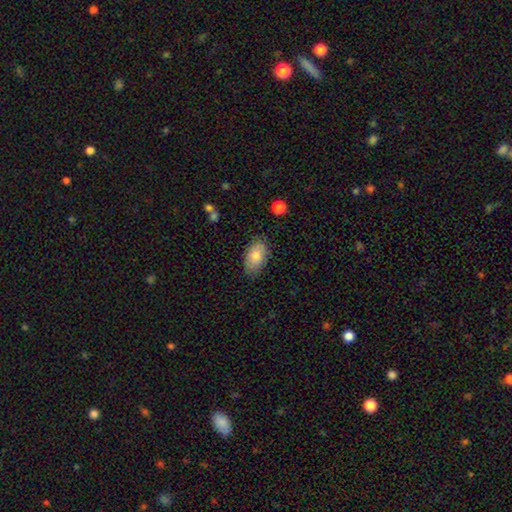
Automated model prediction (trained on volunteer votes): smooth 80%, featured or disk 13%, star or artifact 7%. Down the decision tree: how rounded — in between (93%); merging — none (80%).